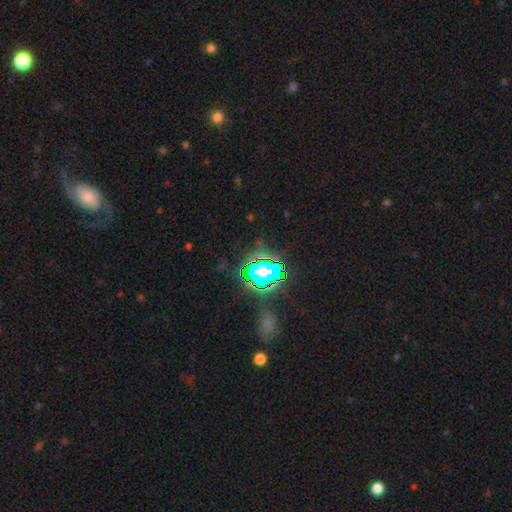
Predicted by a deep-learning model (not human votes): The model was most divided on "smooth or featured": star or artifact: 76%, smooth: 14%, featured or disk: 9%.